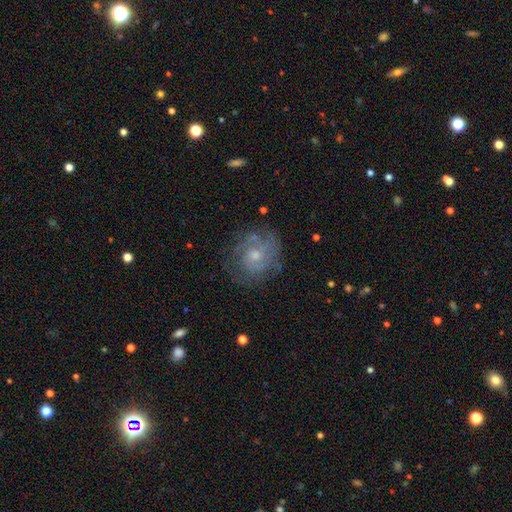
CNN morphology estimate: This is likely a featured or disk galaxy (69%). It is clearly not viewed edge-on (97%). Bar: likely no (78%). Spiral arm pattern: clearly yes (80%). Spiral arm count: possibly can't tell (48%). Spiral winding: possibly tight (59%). Central bulge: possibly small (49%). Merging: likely none (69%).